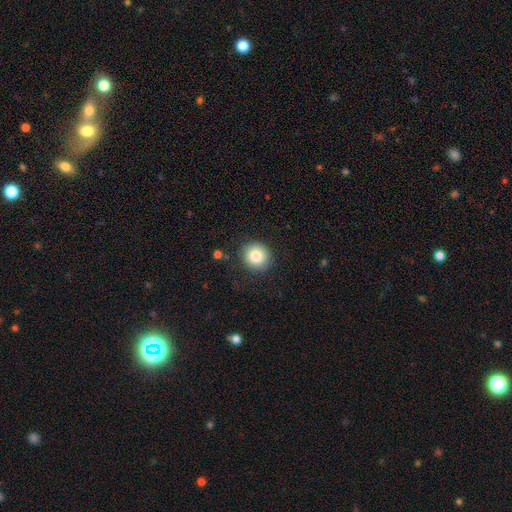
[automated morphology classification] A smooth galaxy with no disk features (84%) that is round (88%). Merging: none (85%).